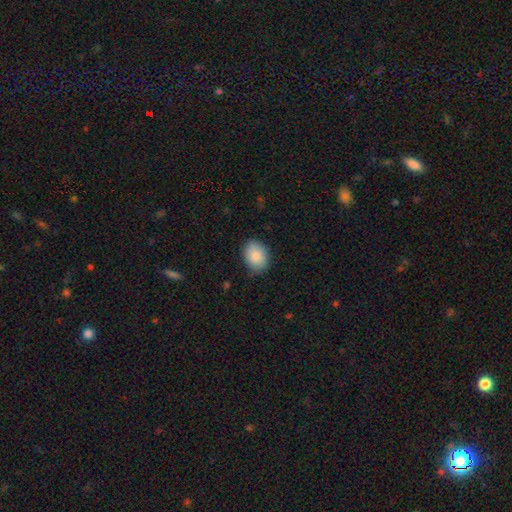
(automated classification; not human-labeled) A smooth galaxy with no disk features (86%) that is in between round and cigar-shaped (59%).

Vote fractions:
- Smooth or featured? smooth: 86% / star or artifact: 7% / featured or disk: 7%
- How rounded? in between: 59% / round: 40% / cigar-shaped: 1%
- Merging? none: 78% / minor disturbance: 18% / major disturbance: 3% / merger: 1%